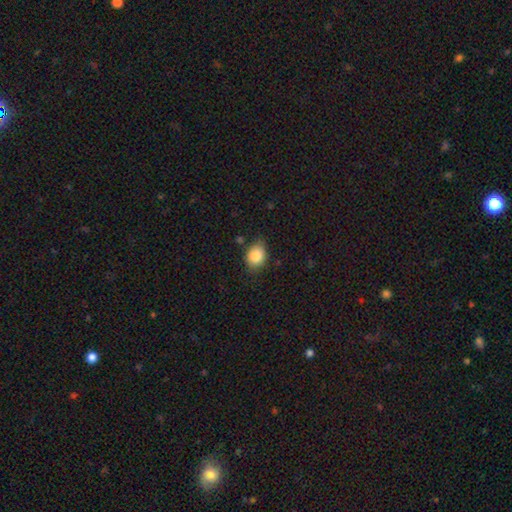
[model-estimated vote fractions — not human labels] This is clearly a smooth galaxy (85%). How rounded: possibly in between (54%). Merging: likely none (75%).